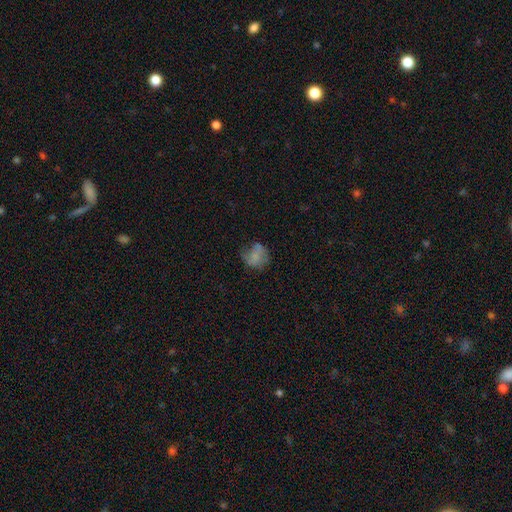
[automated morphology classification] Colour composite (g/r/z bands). It shows a smooth galaxy with no disk features (57%) that is round (66%). Merging: none (48%).